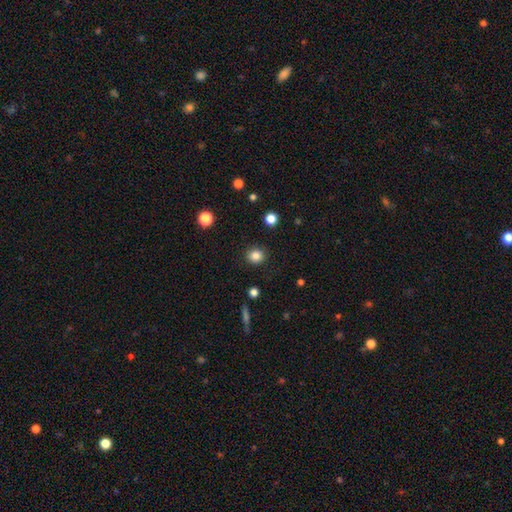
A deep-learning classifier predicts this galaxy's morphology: Q: Smooth or featured?
A: smooth (85%); runner-up: star or artifact (11%)
Q: How rounded?
A: round (83%); runner-up: in between (16%)
Q: Merging?
A: none (90%); runner-up: minor disturbance (7%)